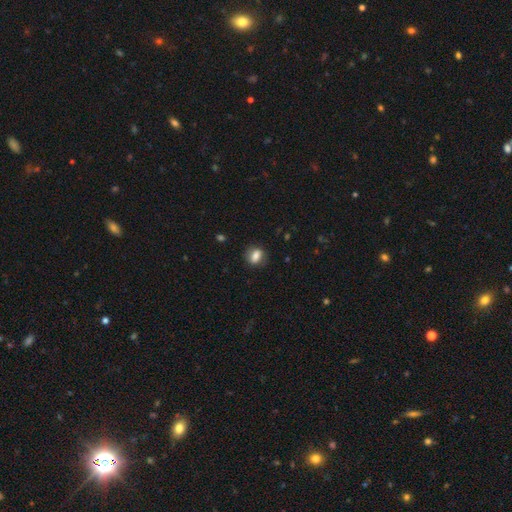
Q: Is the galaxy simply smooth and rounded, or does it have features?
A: smooth — 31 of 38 (82%).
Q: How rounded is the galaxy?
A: in between — 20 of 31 (65%).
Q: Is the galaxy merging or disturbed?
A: none — 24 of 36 (67%).